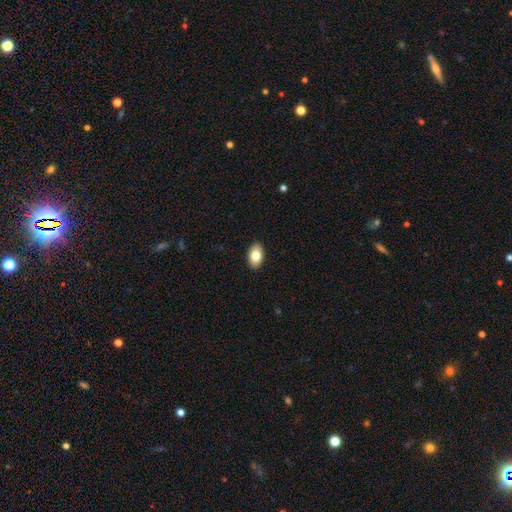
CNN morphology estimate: Overall: smooth (80%). How rounded: in between (92%). Merging: none (91%).